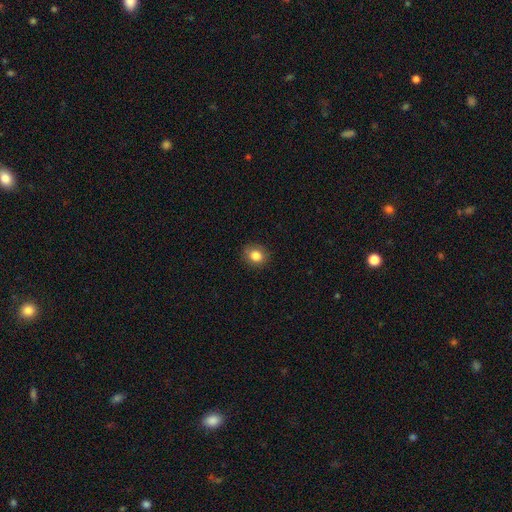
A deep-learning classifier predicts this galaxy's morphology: smooth-or-featured: smooth: 83% | star or artifact: 10% | featured or disk: 7%
  how-rounded: round: 67% | in between: 32% | cigar-shaped: 1%
  merging: none: 85% | minor disturbance: 11% | major disturbance: 3% | merger: 1%